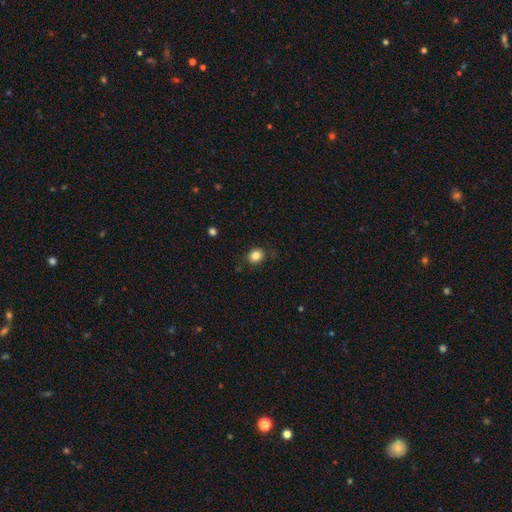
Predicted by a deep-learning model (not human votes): Smooth or featured? smooth (83%)
How rounded? round (69%)
Merging? none (81%)